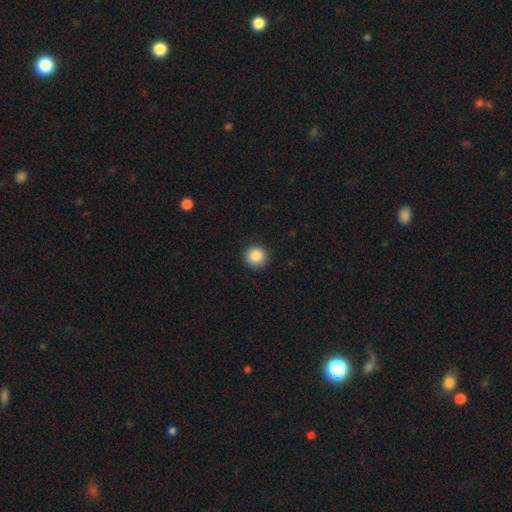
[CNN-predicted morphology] Smooth or featured? smooth (87%)
How rounded? round (94%)
Merging? none (91%)